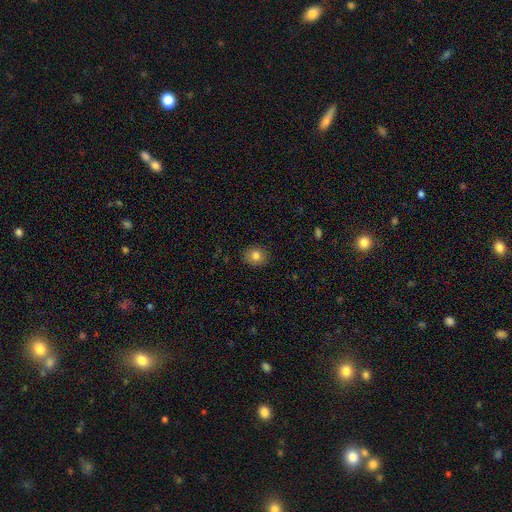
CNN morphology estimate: This appears to be a smooth galaxy with no disk features (81%) that is round (68%). Merging: none (89%).